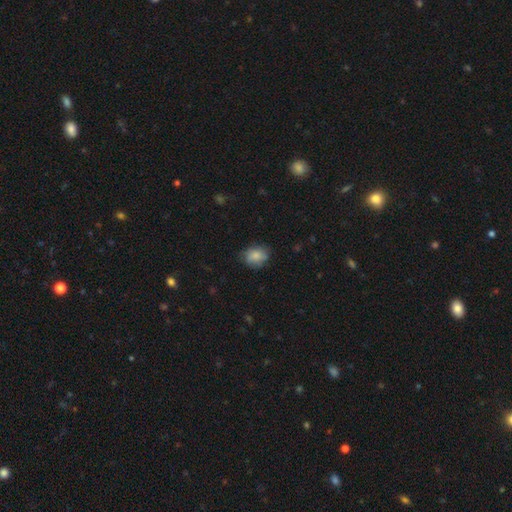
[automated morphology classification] Smooth or featured? smooth (81%)
How rounded? in between (52%)
Merging? none (68%)